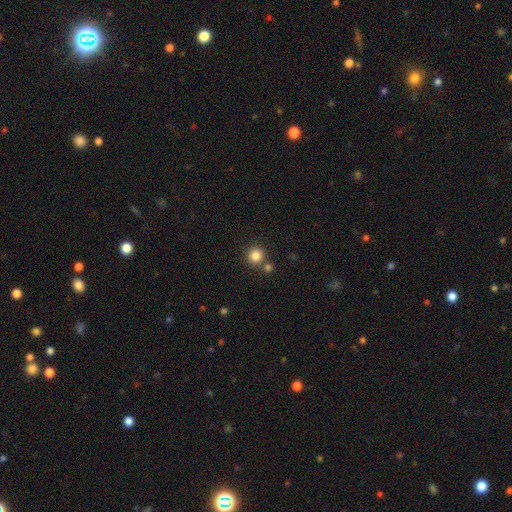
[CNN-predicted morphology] The model was most divided on "merging": none: 76%, merger: 14%, minor disturbance: 7%, major disturbance: 3%. More confident: how rounded — round (93%); smooth or featured — smooth (84%).